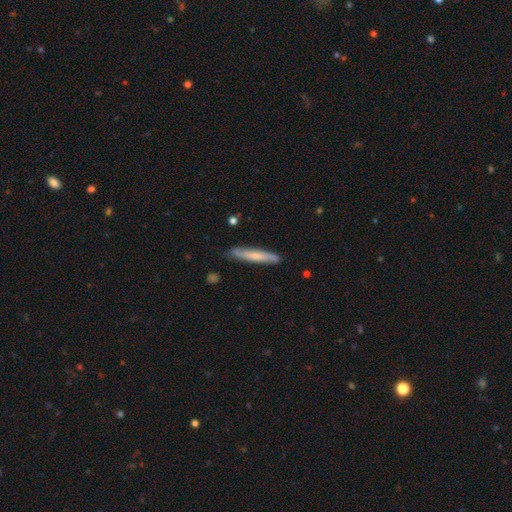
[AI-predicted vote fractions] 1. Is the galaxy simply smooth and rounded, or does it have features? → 57% smooth, 37% featured or disk, 6% star or artifact.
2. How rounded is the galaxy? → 92% cigar-shaped, 7% in between, 1% round.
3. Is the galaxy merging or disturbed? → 83% none, 14% minor disturbance, 2% major disturbance, 2% merger.